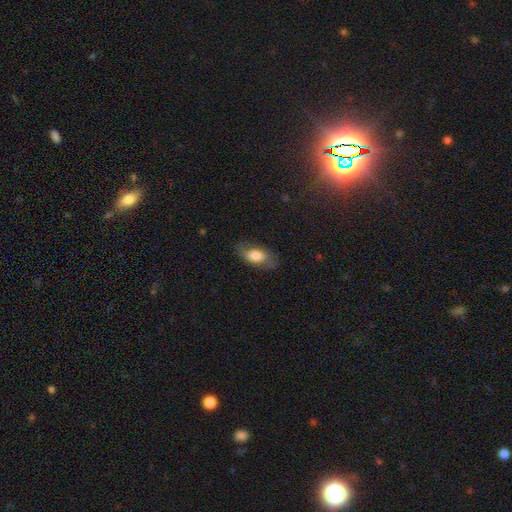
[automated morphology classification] smooth_or_featured: smooth (p=0.68) [alt: featured or disk p=0.25]
how_rounded: in between (p=0.88) [alt: cigar-shaped p=0.07]
merging: none (p=0.74) [alt: minor disturbance p=0.17]